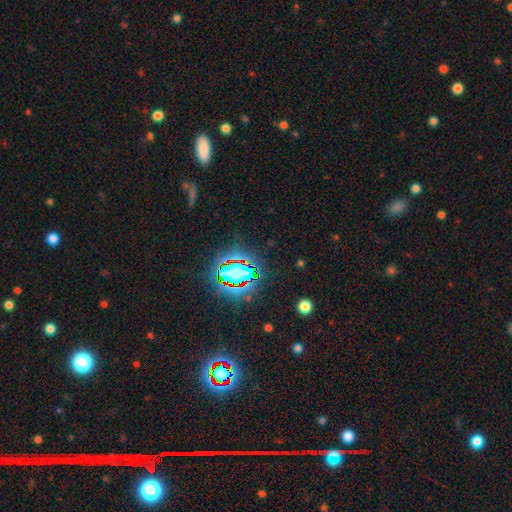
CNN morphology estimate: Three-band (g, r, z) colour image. It shows a star or artifact, not a galaxy (77%).